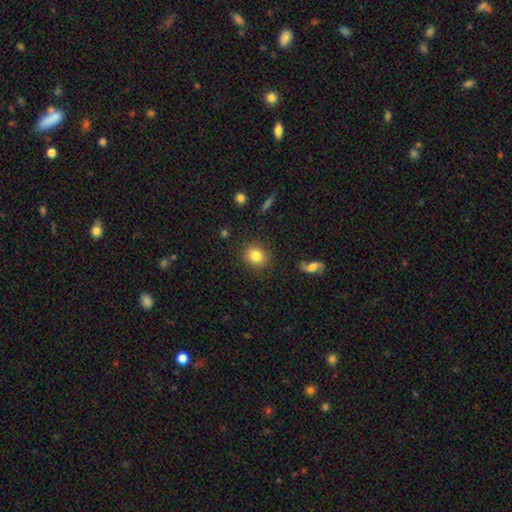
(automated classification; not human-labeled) This is clearly a smooth galaxy (83%). How rounded: likely round (75%). Merging: clearly none (87%).